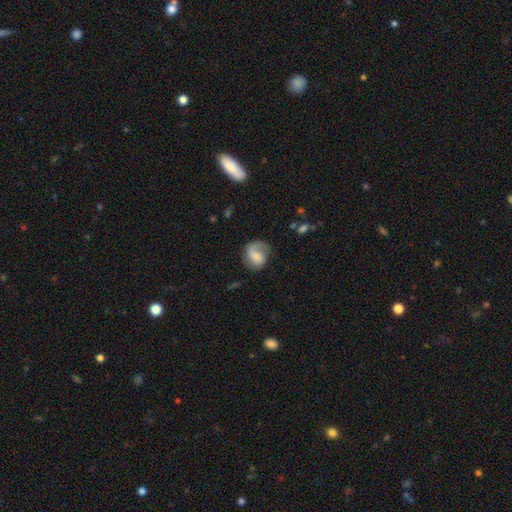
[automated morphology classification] Smooth or featured? featured or disk (48%)
Merging? none (51%)